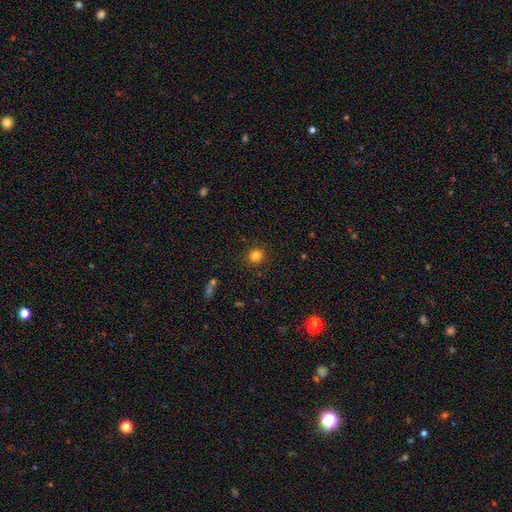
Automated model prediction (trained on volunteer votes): smooth_or_featured: smooth (p=0.82) [alt: star or artifact p=0.13]
how_rounded: round (p=0.91) [alt: in between p=0.08]
merging: none (p=0.91) [alt: minor disturbance p=0.06]